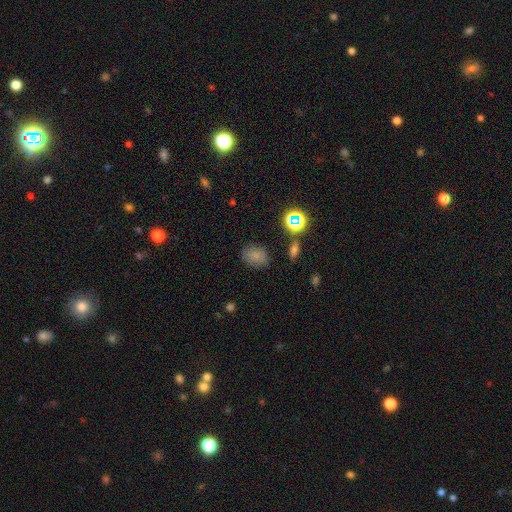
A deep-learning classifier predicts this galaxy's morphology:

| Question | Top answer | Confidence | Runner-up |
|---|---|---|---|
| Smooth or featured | smooth | 75% | star or artifact (16%) |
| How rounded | in between | 66% | round (33%) |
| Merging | none | 79% | minor disturbance (14%) |